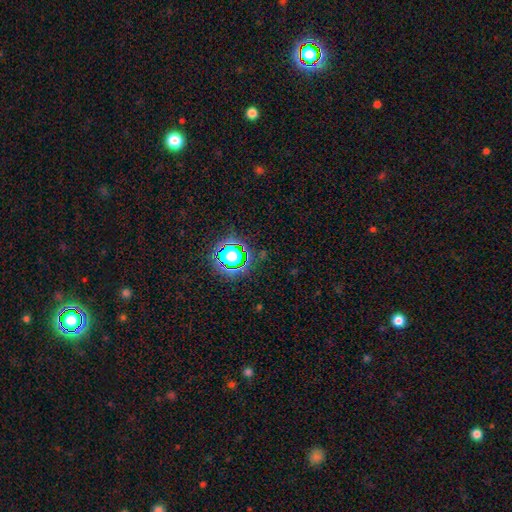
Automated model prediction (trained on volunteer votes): Smooth or featured?
  - star or artifact: 72% *
  - smooth: 20%
  - featured or disk: 9%